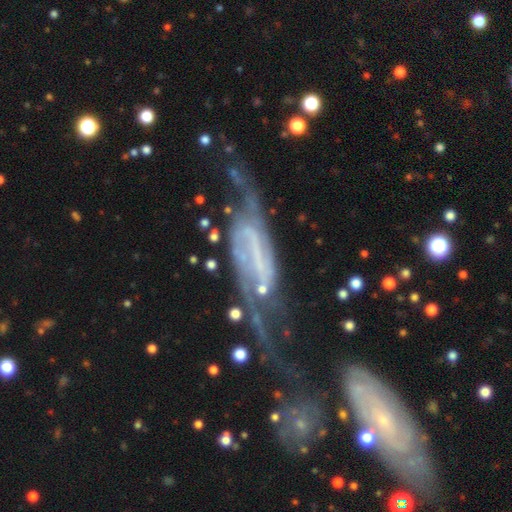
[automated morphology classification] This is clearly a featured or disk galaxy (83%). It is clearly not viewed edge-on (85%). Bar: possibly strong (57%). Spiral arm pattern: clearly yes (89%). Spiral arm count: clearly 2 (84%). Spiral winding: possibly loose (46%). Central bulge: likely none (61%). Merging: marginally none (42%).